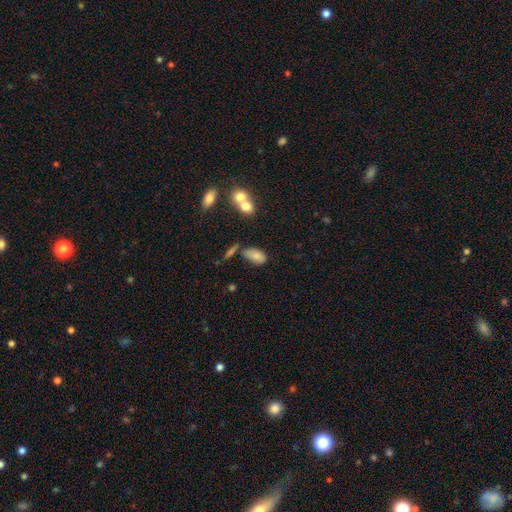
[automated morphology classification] smooth 79%, featured or disk 11%, star or artifact 10%. Down the decision tree: how rounded — in between (91%); merging — none (48%).